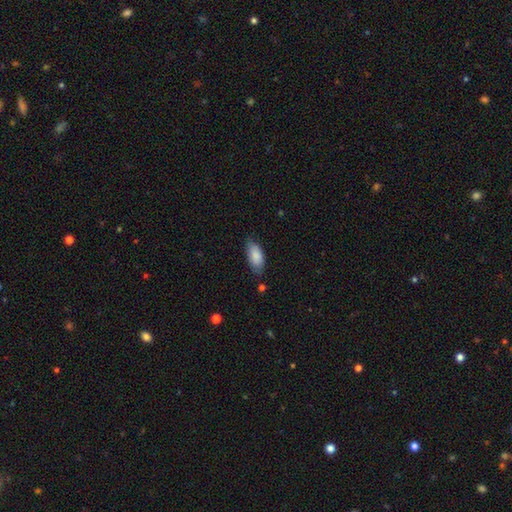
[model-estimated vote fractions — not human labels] smooth_or_featured: smooth (p=0.86) [alt: featured or disk p=0.08]
how_rounded: in between (p=0.89) [alt: cigar-shaped p=0.09]
merging: none (p=0.74) [alt: minor disturbance p=0.20]